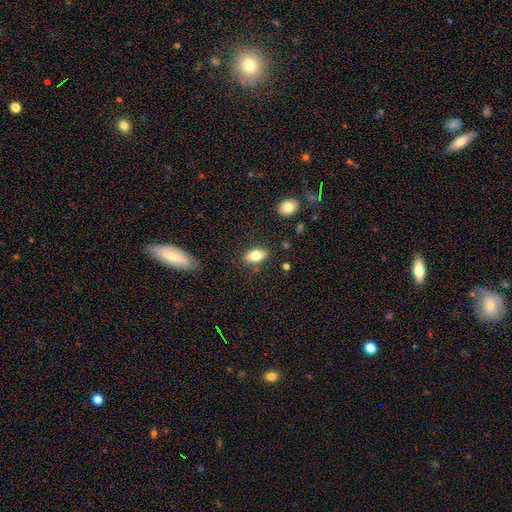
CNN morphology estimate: Smooth or featured: smooth — 74% (featured or disk — 18%)
How rounded: in between — 86% (cigar-shaped — 9%)
Merging: none — 83% (minor disturbance — 11%)